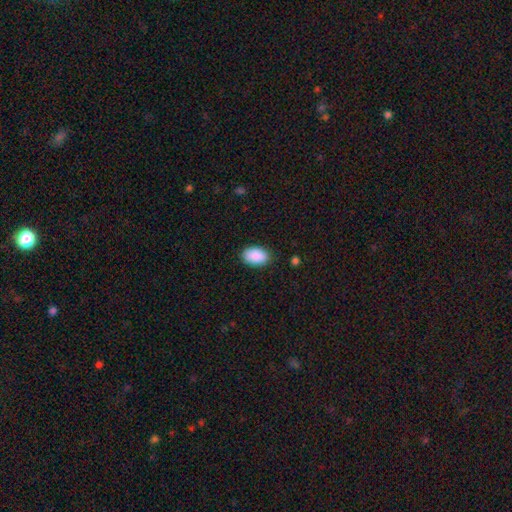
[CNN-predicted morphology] This is clearly a smooth galaxy (90%). How rounded: clearly in between (91%). Merging: clearly none (86%).